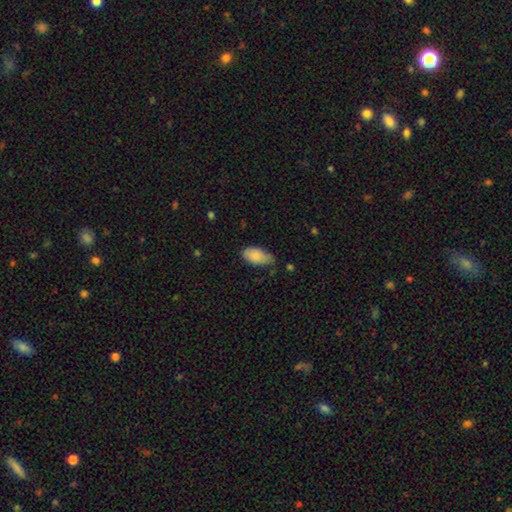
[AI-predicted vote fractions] A smooth galaxy with no disk features (86%) that is in between round and cigar-shaped (94%). Merging: none (58%).